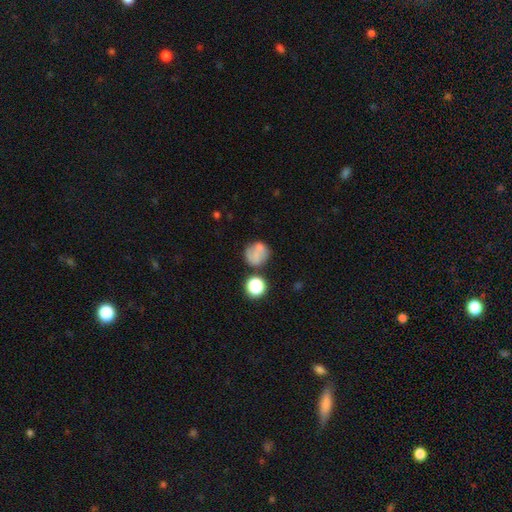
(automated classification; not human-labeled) Smooth or featured: smooth — 66% (featured or disk — 20%)
How rounded: round — 82% (in between — 16%)
Merging: none — 55% (merger — 18%)